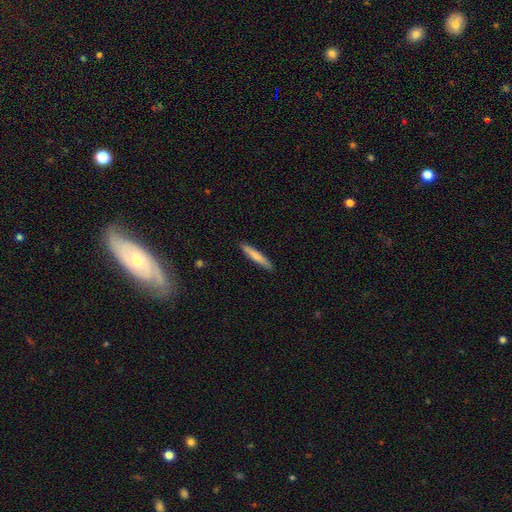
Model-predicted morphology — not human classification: A smooth galaxy with no disk features (73%) that is cigar-shaped (93%). Merging: none (91%).